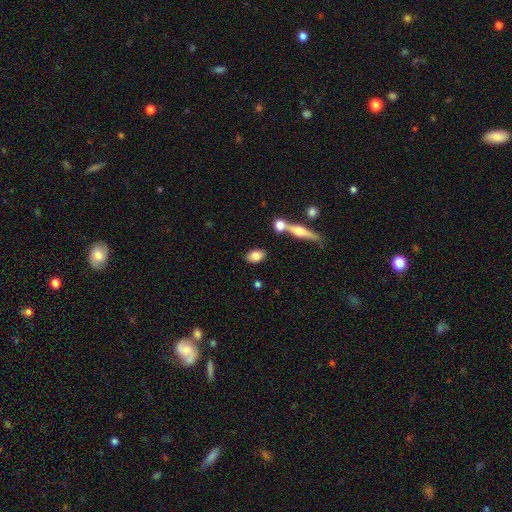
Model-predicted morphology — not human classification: The model was most divided on "smooth or featured": smooth: 80%, featured or disk: 13%, star or artifact: 7%. More confident: how rounded — in between (87%); merging — none (80%).